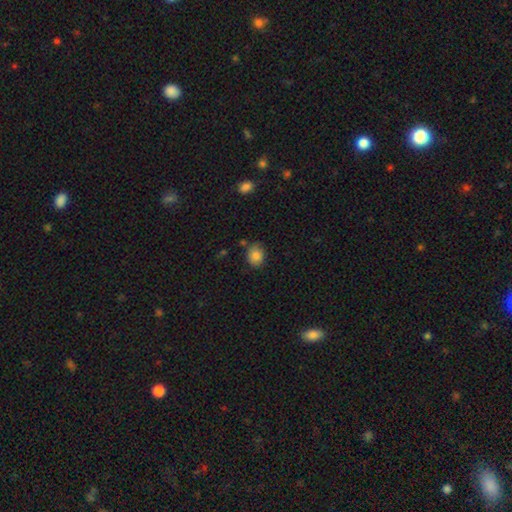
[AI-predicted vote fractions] Overall: smooth (85%). How rounded: round (62%; in between 37%). Merging: none (74%).